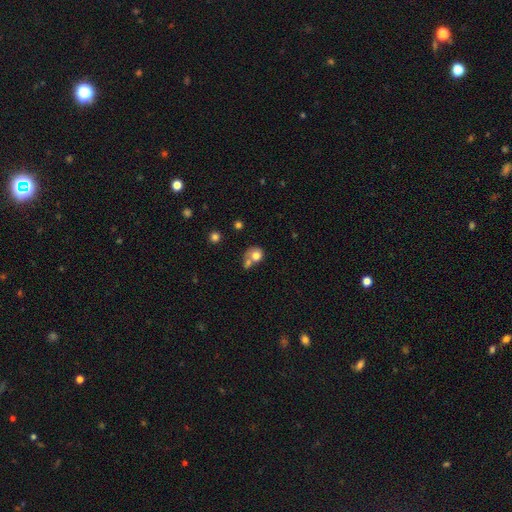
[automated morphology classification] smooth-or-featured: smooth: 73% | featured or disk: 17% | star or artifact: 10%
  how-rounded: round: 72% | in between: 27% | cigar-shaped: 1%
  merging: merger: 52% | none: 30% | minor disturbance: 11% | major disturbance: 7%